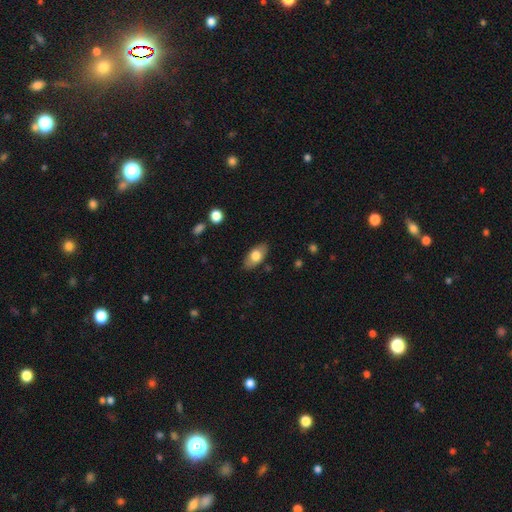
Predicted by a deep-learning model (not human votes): Q: Smooth or featured?
A: smooth (71%); runner-up: featured or disk (22%)
Q: How rounded?
A: in between (92%); runner-up: cigar-shaped (4%)
Q: Merging?
A: none (84%); runner-up: minor disturbance (12%)